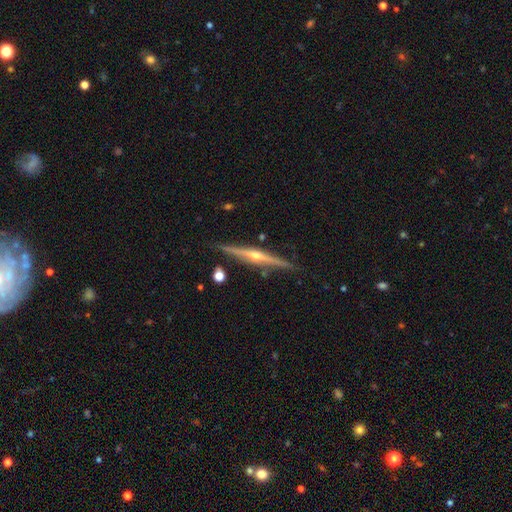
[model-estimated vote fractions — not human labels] featured or disk 82%, smooth 12%, star or artifact 6%. Down the decision tree: edge-on disk — yes (98%); edge-on bulge — rounded (88%); merging — none (88%).